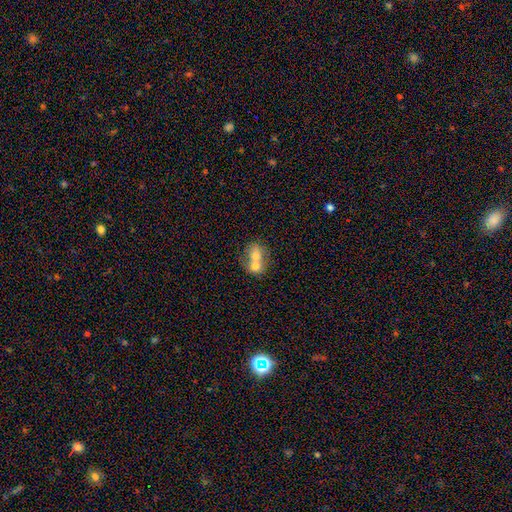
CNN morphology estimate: Smooth or featured?
  - smooth: 66% *
  - featured or disk: 25%
  - star or artifact: 9%
How rounded?
  - in between: 50% *
  - round: 49%
  - cigar-shaped: 2%
Merging?
  - merger: 71% *
  - none: 20%
  - minor disturbance: 6%
  - major disturbance: 3%